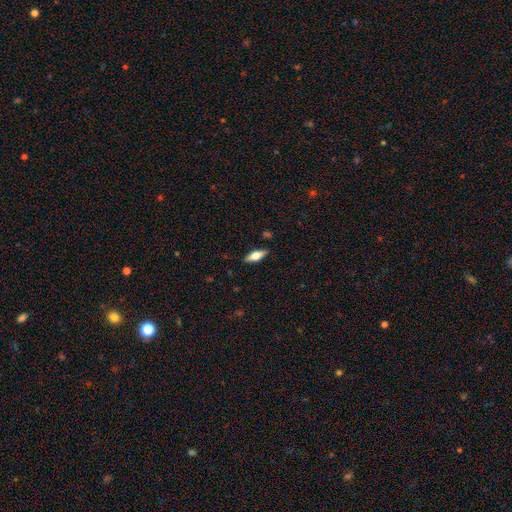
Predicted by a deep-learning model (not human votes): Q: Smooth or featured?
A: smooth (61%); runner-up: featured or disk (33%)
Q: How rounded?
A: in between (70%); runner-up: cigar-shaped (28%)
Q: Merging?
A: none (87%); runner-up: minor disturbance (10%)